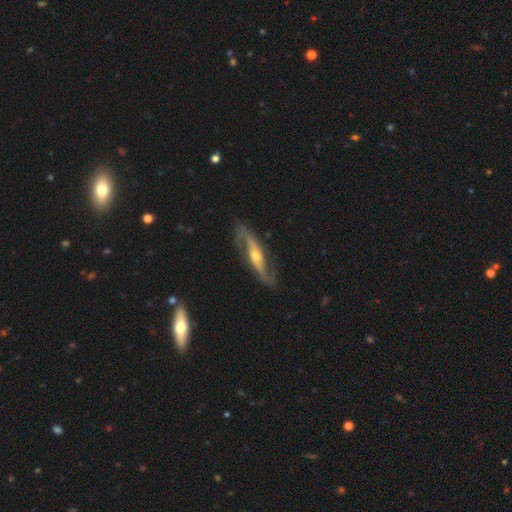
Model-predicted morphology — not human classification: Smooth or featured? featured or disk (84%)
Edge-on disk? no (76%)
Bar? no (38%)
Spiral arms? yes (92%)
Spiral winding? loose (51%)
Spiral arm count? 2 (91%)
Bulge size? moderate (60%)
Merging? none (78%)